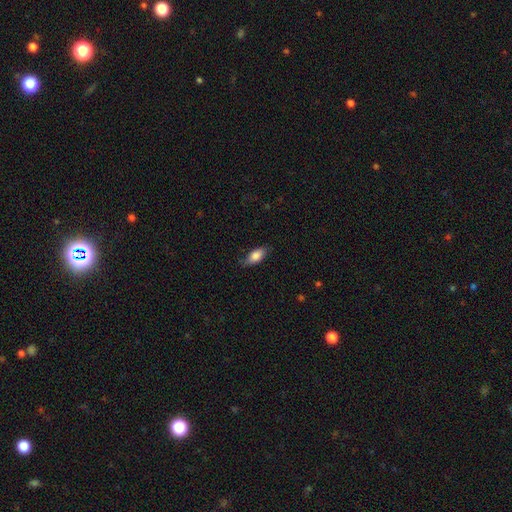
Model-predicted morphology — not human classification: type=smooth (83%); roundness=in between (87%); merging=none (74%).